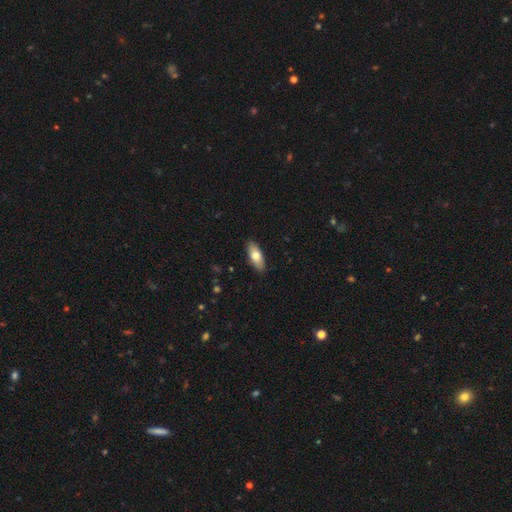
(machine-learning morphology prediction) This is likely a smooth galaxy (72%). How rounded: likely in between (79%). Merging: clearly none (89%).